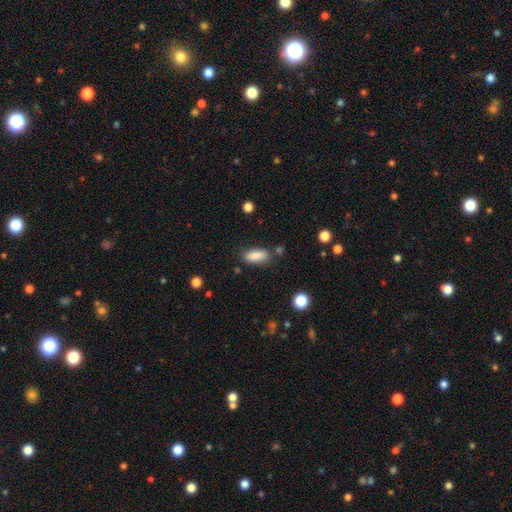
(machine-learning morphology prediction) A smooth galaxy with no disk features (87%) that is in between round and cigar-shaped (76%). Merging: none (79%).